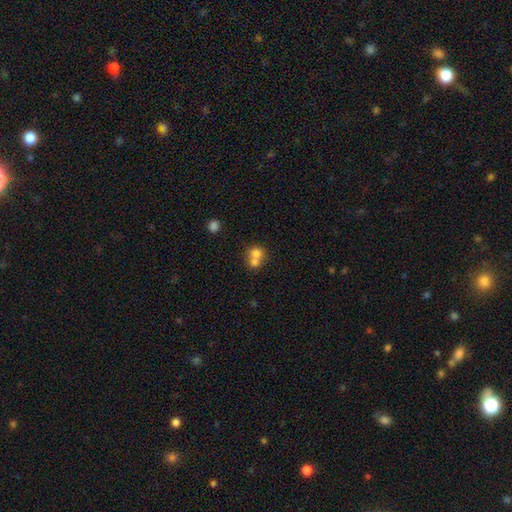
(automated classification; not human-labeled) Smooth or featured?
  - smooth: 71% *
  - featured or disk: 18%
  - star or artifact: 11%
How rounded?
  - round: 78% *
  - in between: 21%
  - cigar-shaped: 1%
Merging?
  - merger: 64% *
  - none: 28%
  - minor disturbance: 5%
  - major disturbance: 2%